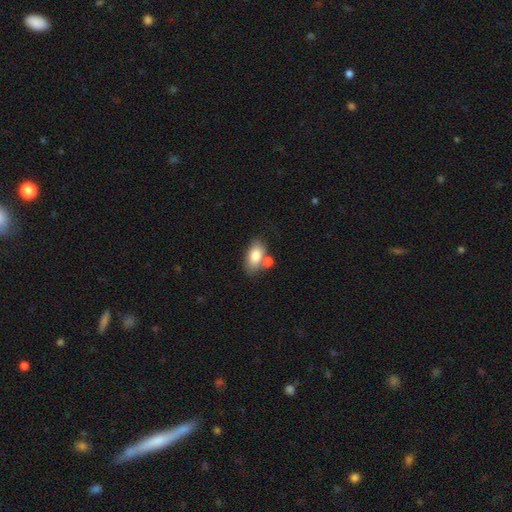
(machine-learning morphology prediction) Q: Smooth or featured?
A: smooth (79%); runner-up: featured or disk (14%)
Q: How rounded?
A: in between (90%); runner-up: round (8%)
Q: Merging?
A: none (56%); runner-up: merger (25%)